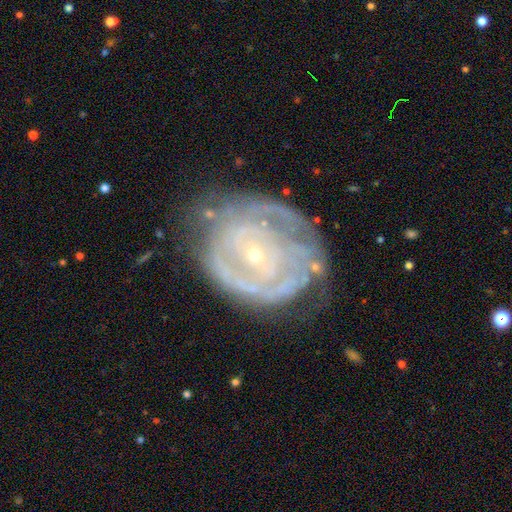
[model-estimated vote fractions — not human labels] Smooth or featured? Predicted: featured or disk (p=0.80). Edge-on disk? Predicted: no (p=0.97). Bar? Predicted: no (p=0.69). Spiral arms? Predicted: yes (p=0.77). Spiral winding? Predicted: tight (p=0.72). Spiral arm count? Predicted: can't tell (p=0.50). Bulge size? Predicted: small (p=0.82). Merging? Predicted: none (p=0.56).